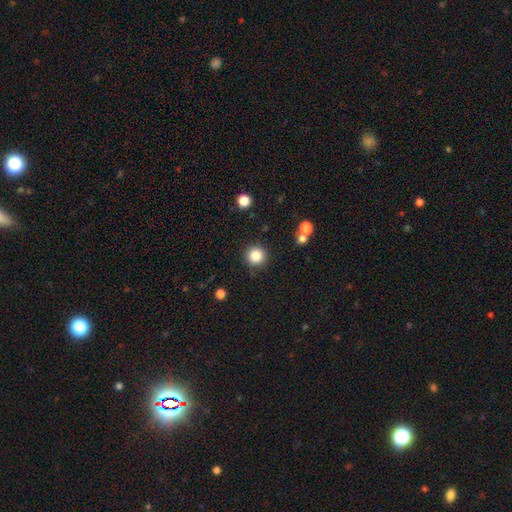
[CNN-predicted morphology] The model was most divided on "smooth or featured": smooth: 84%, star or artifact: 11%, featured or disk: 5%. More confident: how rounded — round (95%); merging — none (90%).